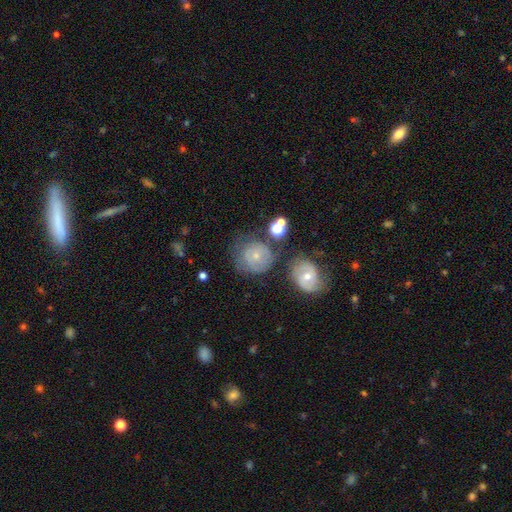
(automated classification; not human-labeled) Q: Smooth or featured?
A: smooth (48%); runner-up: featured or disk (40%)
Q: Merging?
A: none (52%); runner-up: minor disturbance (23%)